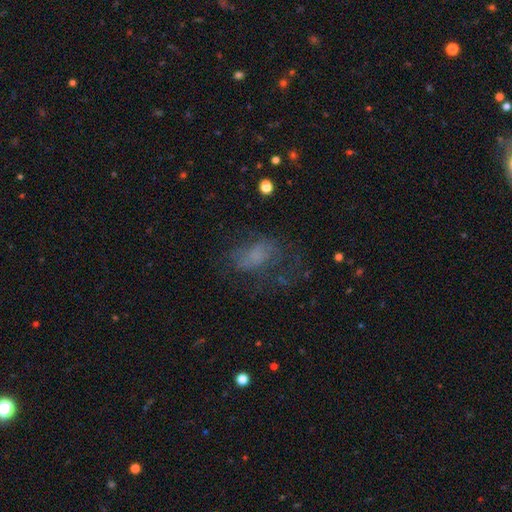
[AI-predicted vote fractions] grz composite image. It shows a smooth galaxy with no disk features (50%). Merging: none (40%).